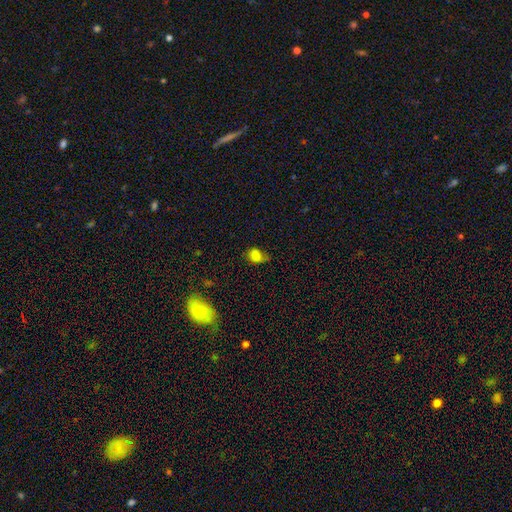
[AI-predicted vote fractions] smooth_or_featured: smooth (p=0.80) [alt: star or artifact p=0.12]
how_rounded: in between (p=0.62) [alt: round p=0.36]
merging: none (p=0.50) [alt: minor disturbance p=0.35]